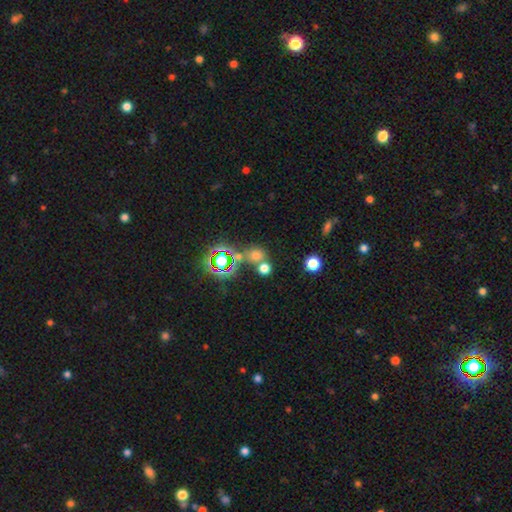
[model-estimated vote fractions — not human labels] Morphology: type=smooth (56%); roundness=round (80%); merging=none (59%).